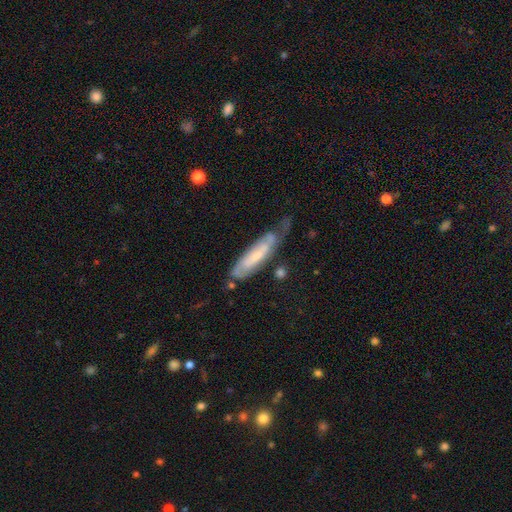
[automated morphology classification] Smooth or featured? Predicted: featured or disk (p=0.62). Edge-on disk? Predicted: no (p=0.67). Merging? Predicted: none (p=0.50).